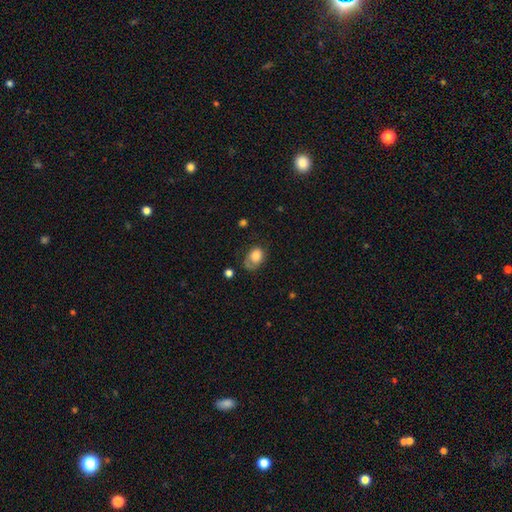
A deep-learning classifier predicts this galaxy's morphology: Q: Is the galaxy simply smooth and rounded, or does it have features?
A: smooth — 76%.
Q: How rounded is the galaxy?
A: in between — 69%.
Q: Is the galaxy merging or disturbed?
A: none — 43%.